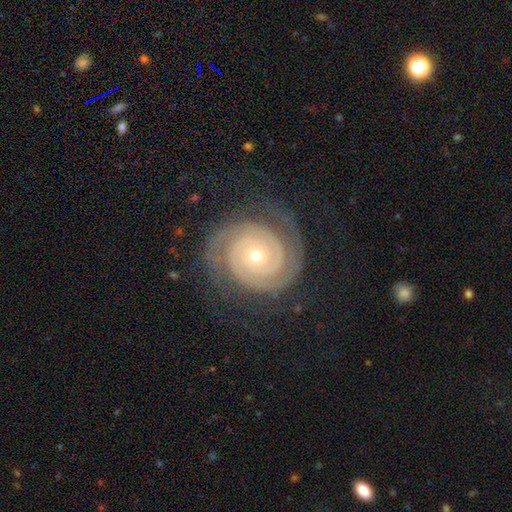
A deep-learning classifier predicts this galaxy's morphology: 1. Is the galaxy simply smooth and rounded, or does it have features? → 91% featured or disk, 5% star or artifact, 4% smooth.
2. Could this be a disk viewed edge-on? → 98% no, 2% yes.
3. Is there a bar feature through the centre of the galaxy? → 79% no, 14% weak, 7% strong.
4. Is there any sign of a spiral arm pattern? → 98% yes, 2% no.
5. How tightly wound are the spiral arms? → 83% tight, 15% medium, 2% loose.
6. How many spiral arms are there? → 86% 2, 5% 3, 3% can't tell, 2% 4, 2% 1, 2% more than 4.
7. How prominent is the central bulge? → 59% small, 38% moderate, 1% large, 1% dominant, 1% none.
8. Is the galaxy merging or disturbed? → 81% none, 12% minor disturbance, 5% major disturbance, 1% merger.